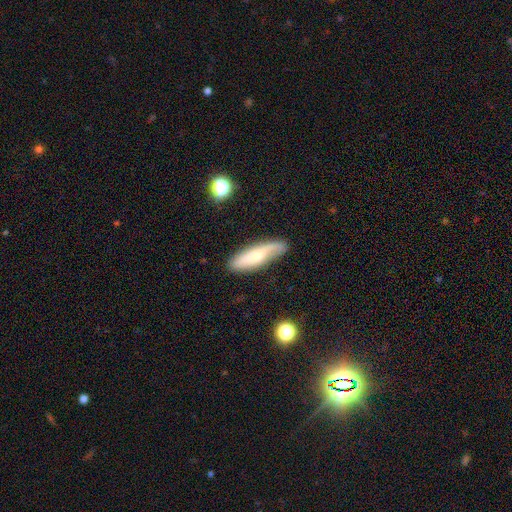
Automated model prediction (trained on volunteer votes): This is possibly a smooth galaxy (50%). How rounded: possibly cigar-shaped (56%). Merging: likely none (74%).